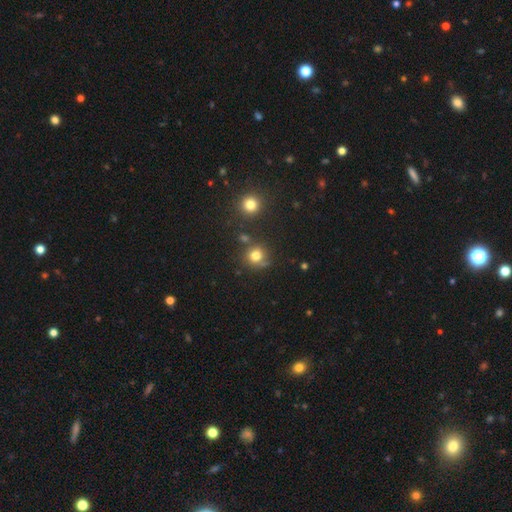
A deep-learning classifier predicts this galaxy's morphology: Smooth or featured: smooth — 77% (star or artifact — 15%)
How rounded: round — 88% (in between — 12%)
Merging: none — 69% (minor disturbance — 15%)